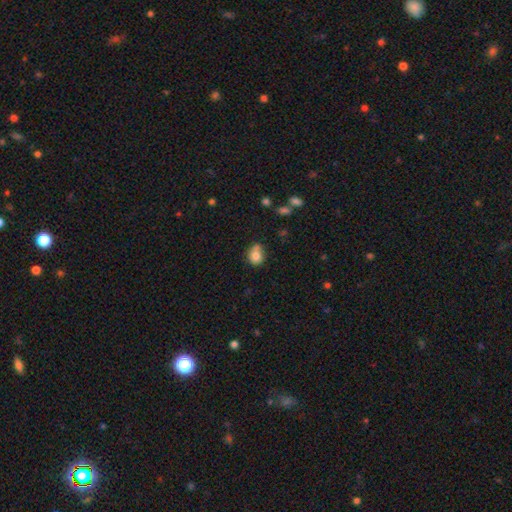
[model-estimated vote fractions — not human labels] This appears to be a smooth galaxy with no disk features (80%) that is round (68%). Merging: none (51%).